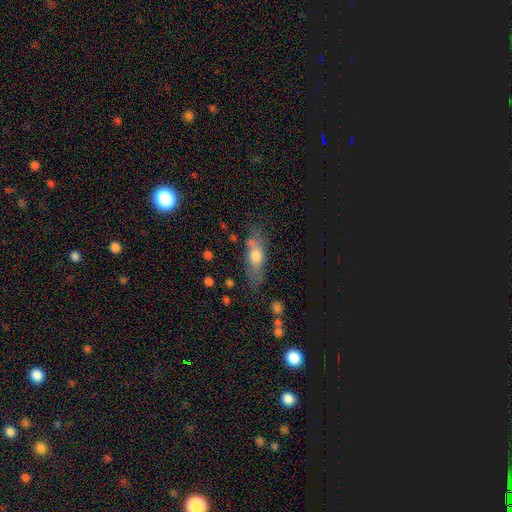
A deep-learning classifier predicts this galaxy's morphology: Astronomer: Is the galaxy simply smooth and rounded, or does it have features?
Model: smooth — 52% (runner-up: featured or disk, 37%).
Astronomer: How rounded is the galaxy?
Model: in between — 51% (runner-up: cigar-shaped, 43%).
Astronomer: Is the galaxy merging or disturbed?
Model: none — 73%.